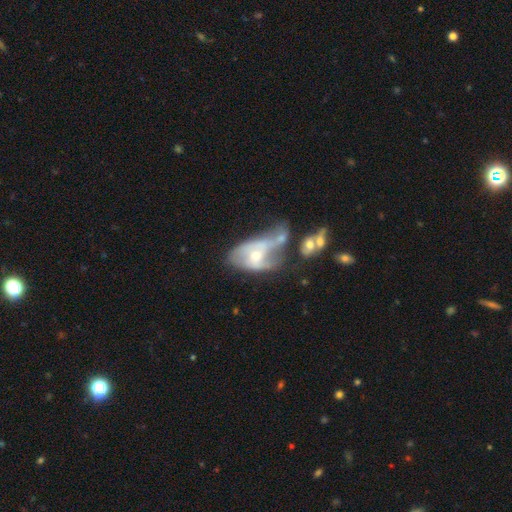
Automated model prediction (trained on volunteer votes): This is likely a featured or disk galaxy (62%). It is clearly not viewed edge-on (94%). Bar: likely no (67%). Spiral arm pattern: likely yes (62%). Central bulge: possibly moderate (48%). Merging: marginally merger (41%).